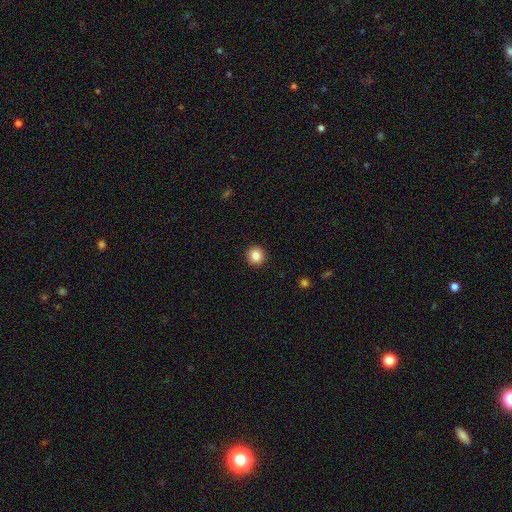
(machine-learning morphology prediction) This appears to be a smooth galaxy with no disk features (85%) that is round (95%). Merging: none (93%).